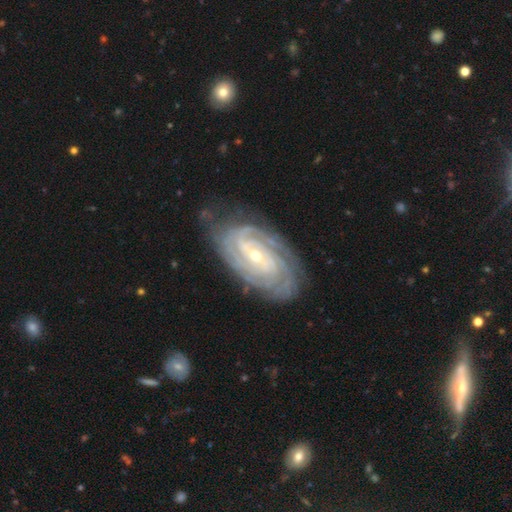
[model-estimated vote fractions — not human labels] Q: Smooth or featured?
A: featured or disk (90%); runner-up: smooth (5%)
Q: Edge-on disk?
A: no (96%); runner-up: yes (4%)
Q: Bar?
A: no (50%); runner-up: weak (34%)
Q: Spiral arms?
A: yes (98%); runner-up: no (2%)
Q: Spiral winding?
A: tight (82%); runner-up: medium (16%)
Q: Spiral arm count?
A: can't tell (25%); runner-up: 3 (21%)
Q: Bulge size?
A: small (64%); runner-up: moderate (34%)
Q: Merging?
A: none (74%); runner-up: minor disturbance (18%)